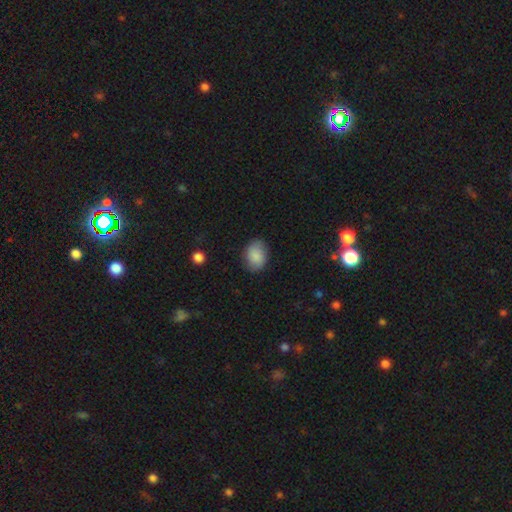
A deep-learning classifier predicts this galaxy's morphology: A smooth galaxy with no disk features (85%) that is in between round and cigar-shaped (70%). Merging: none (81%).